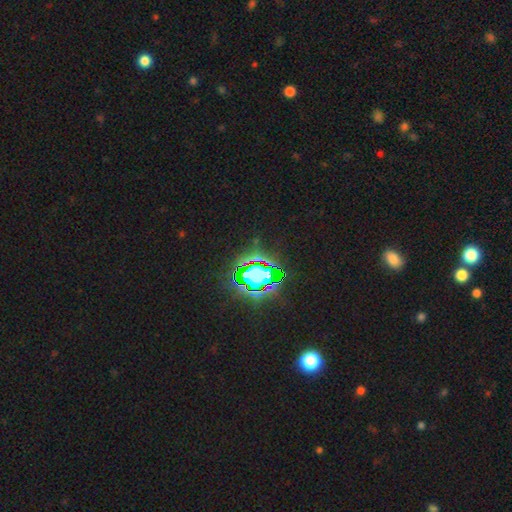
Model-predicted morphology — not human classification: smooth-or-featured: star or artifact: 82% | smooth: 11% | featured or disk: 7%